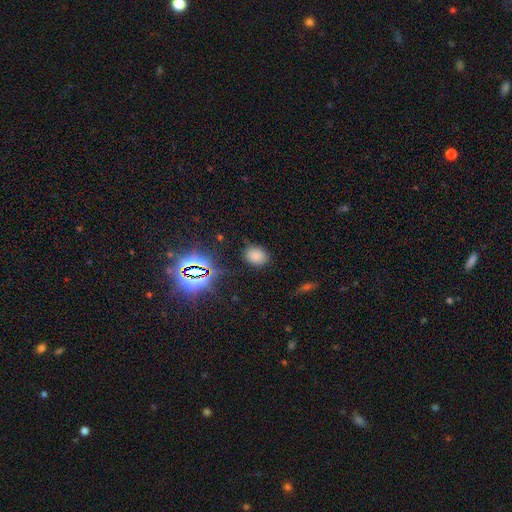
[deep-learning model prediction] The model was most divided on "how rounded": in between: 57%, round: 42%, cigar-shaped: 1%. More confident: merging — none (82%); smooth or featured — smooth (74%).